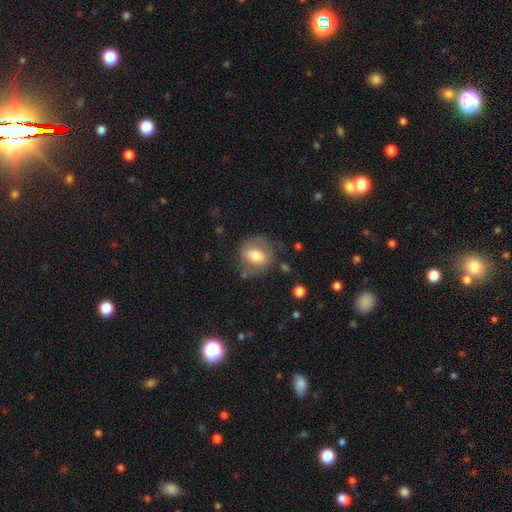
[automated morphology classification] Q: Smooth or featured?
A: smooth (57%); runner-up: featured or disk (36%)
Q: How rounded?
A: round (58%); runner-up: in between (41%)
Q: Merging?
A: none (66%); runner-up: minor disturbance (20%)